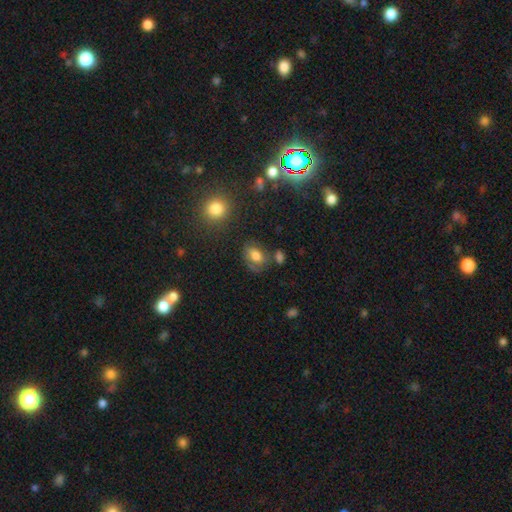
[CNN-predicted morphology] The model was most divided on "merging": none: 57%, minor disturbance: 22%, major disturbance: 12%, merger: 9%. More confident: how rounded — in between (78%); smooth or featured — smooth (68%).